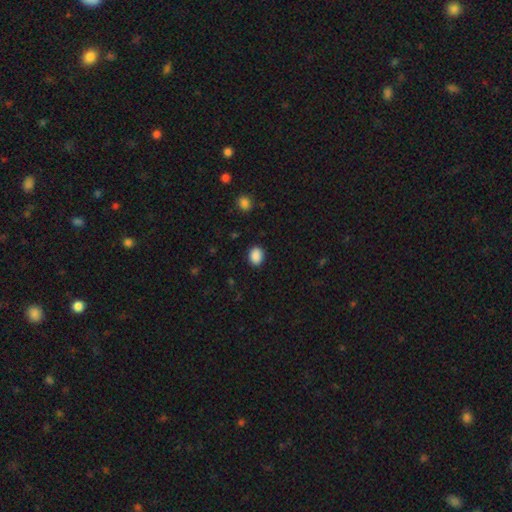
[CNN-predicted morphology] smooth 89%, star or artifact 9%, featured or disk 2%. Down the decision tree: how rounded — in between (62%); merging — none (88%).